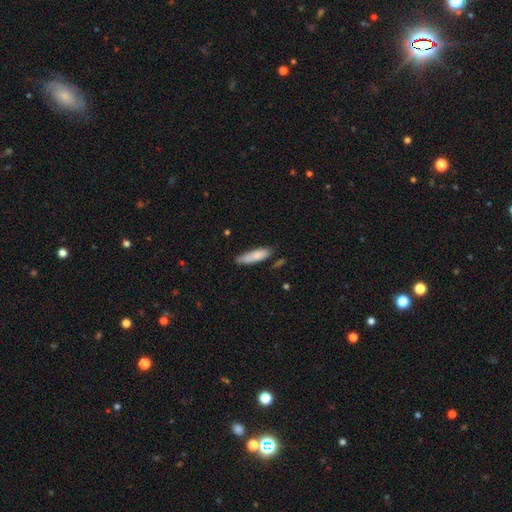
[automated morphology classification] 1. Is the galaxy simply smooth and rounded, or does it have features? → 81% smooth, 13% featured or disk, 6% star or artifact.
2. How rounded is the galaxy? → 61% cigar-shaped, 37% in between, 2% round.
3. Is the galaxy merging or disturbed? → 66% none, 25% minor disturbance, 5% major disturbance, 5% merger.